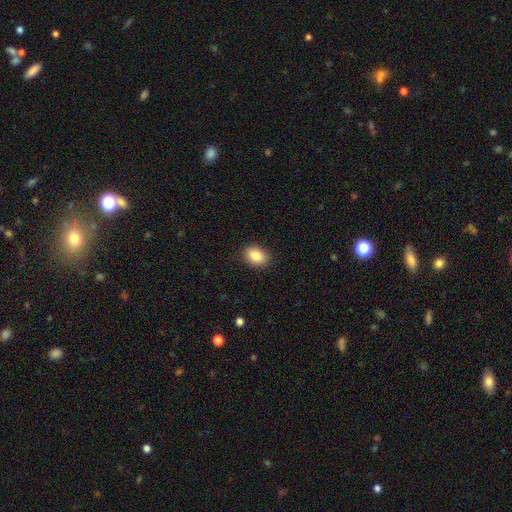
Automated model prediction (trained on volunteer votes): Smooth or featured? smooth (87%)
How rounded? in between (75%)
Merging? none (88%)